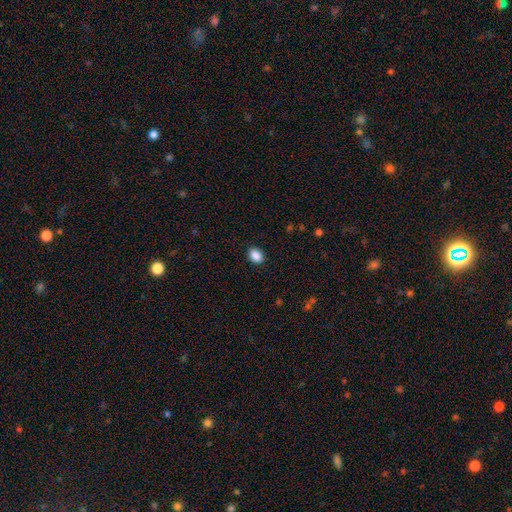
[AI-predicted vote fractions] The model was most divided on "how rounded": in between: 71%, round: 28%, cigar-shaped: 1%. More confident: merging — none (89%); smooth or featured — smooth (89%).